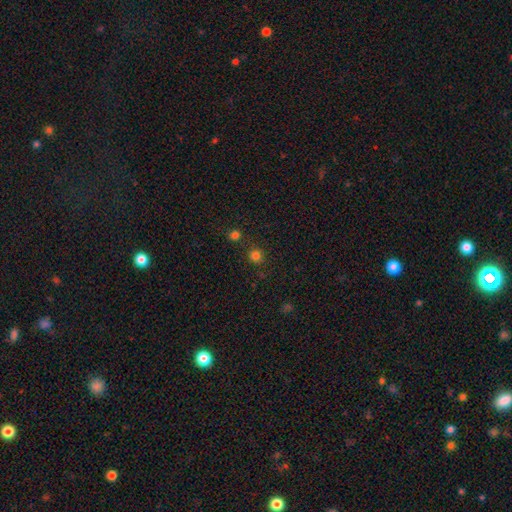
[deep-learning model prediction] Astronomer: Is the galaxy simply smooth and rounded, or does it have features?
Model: smooth — 77%.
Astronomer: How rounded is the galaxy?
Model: round — 92%.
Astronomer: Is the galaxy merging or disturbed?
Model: none — 83%.